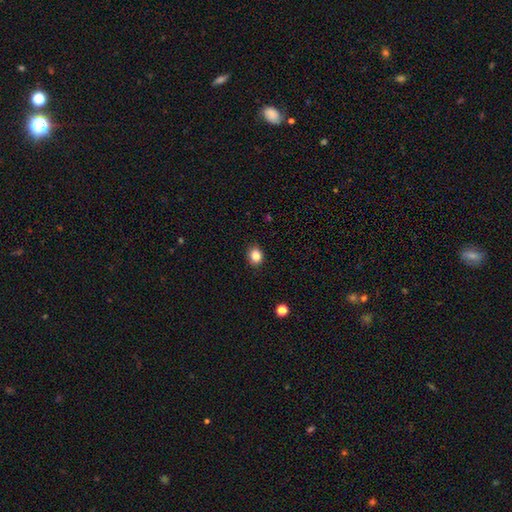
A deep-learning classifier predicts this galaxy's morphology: Smooth or featured: smooth — 84% (star or artifact — 11%)
How rounded: round — 60% (in between — 39%)
Merging: none — 90% (minor disturbance — 7%)